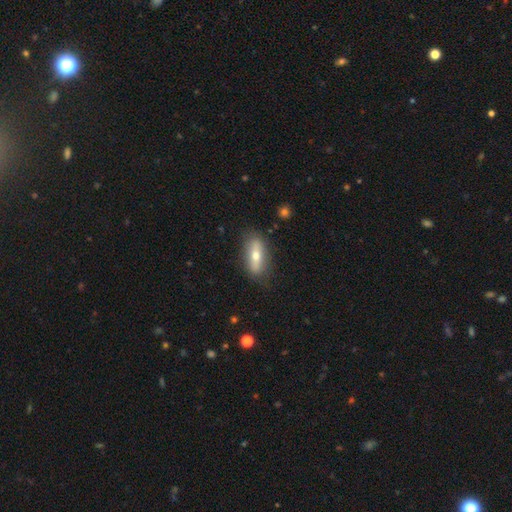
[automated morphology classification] Smooth or featured: smooth — 53% (featured or disk — 40%)
How rounded: in between — 65% (cigar-shaped — 31%)
Merging: none — 81% (minor disturbance — 14%)